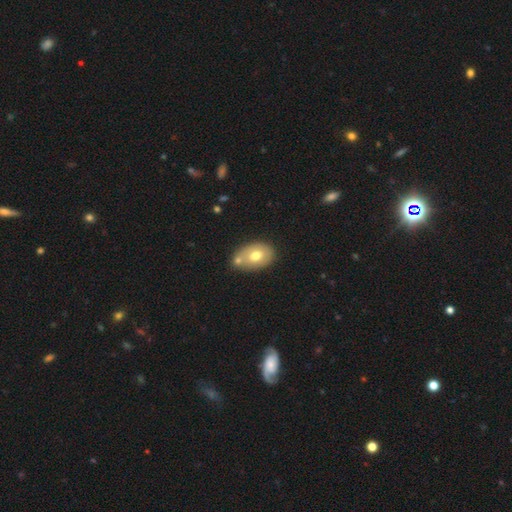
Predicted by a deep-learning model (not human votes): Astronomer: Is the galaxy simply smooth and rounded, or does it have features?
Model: smooth — 66%.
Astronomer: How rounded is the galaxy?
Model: in between — 82%.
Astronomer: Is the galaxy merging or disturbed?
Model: none — 49% (runner-up: merger, 30%).